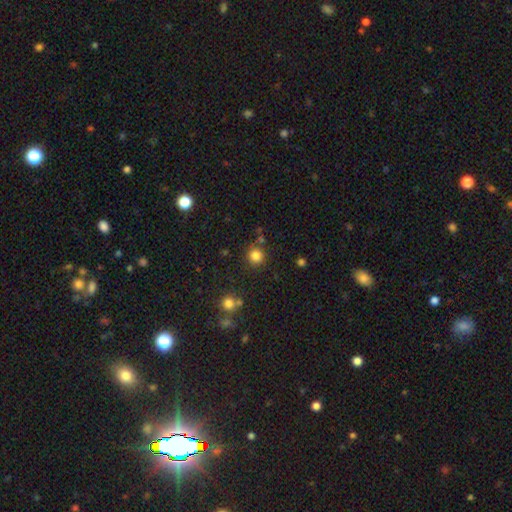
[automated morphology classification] This appears to be a smooth galaxy with no disk features (83%) that is round (92%). Merging: none (83%).